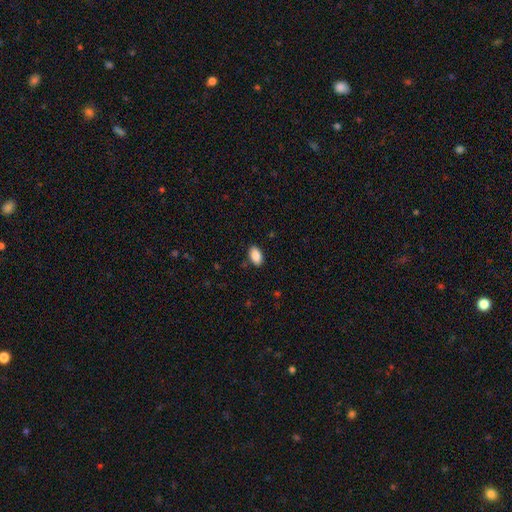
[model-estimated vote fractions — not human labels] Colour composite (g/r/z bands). It shows a smooth galaxy with no disk features (89%) that is in between round and cigar-shaped (93%). Merging: none (87%).